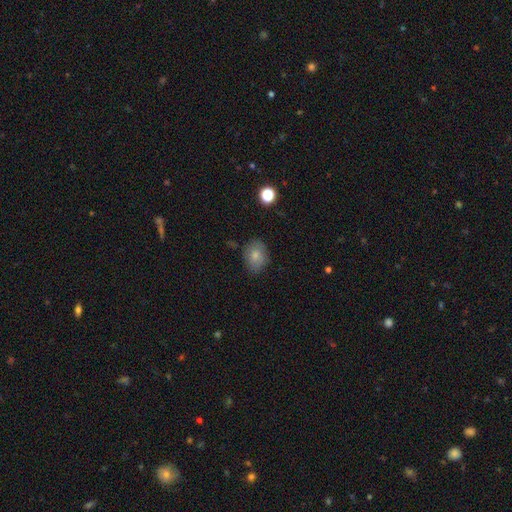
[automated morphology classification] A smooth galaxy with no disk features (76%) that is in between round and cigar-shaped (55%).

Vote fractions:
- Smooth or featured? smooth: 76% / featured or disk: 15% / star or artifact: 9%
- How rounded? in between: 55% / round: 44% / cigar-shaped: 1%
- Merging? none: 72% / minor disturbance: 21% / major disturbance: 5% / merger: 2%